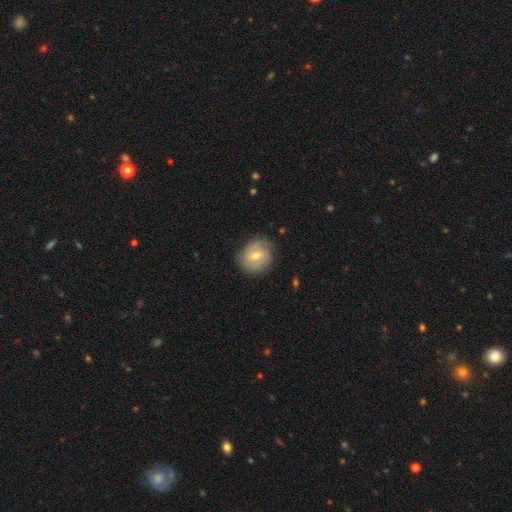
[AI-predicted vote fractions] Overall: featured or disk (64%; smooth 28%). Edge-on disk: no (97%). Bar: weak (51%; no 34%). Spiral arms: yes (83%). Spiral arm count: 2 (53%; can't tell 26%). Spiral winding: tight (53%; medium 34%). Bulge size: moderate (66%; small 29%). Merging: none (79%).